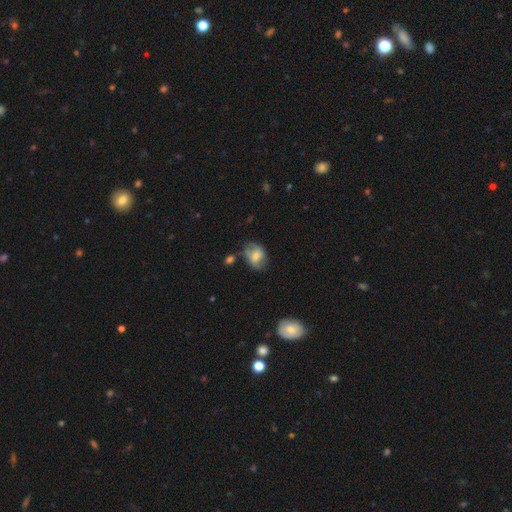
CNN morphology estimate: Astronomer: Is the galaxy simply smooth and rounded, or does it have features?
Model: smooth — 61%.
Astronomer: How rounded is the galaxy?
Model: in between — 65%.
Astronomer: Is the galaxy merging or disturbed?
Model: none — 55%.